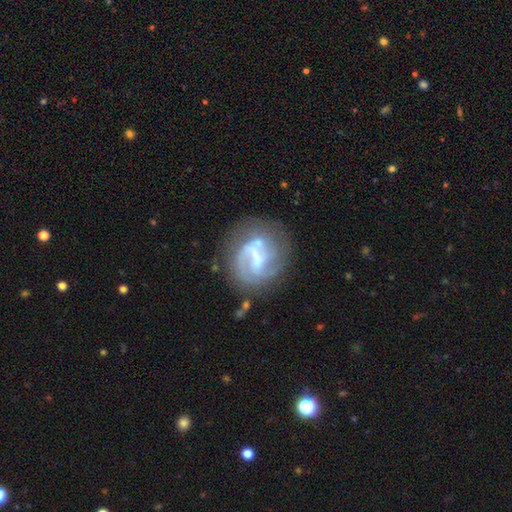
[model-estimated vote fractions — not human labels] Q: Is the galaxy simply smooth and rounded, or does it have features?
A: featured or disk — 71%.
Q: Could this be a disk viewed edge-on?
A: no — 98%.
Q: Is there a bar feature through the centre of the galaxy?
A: weak — 41%.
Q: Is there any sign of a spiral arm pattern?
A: yes — 77%.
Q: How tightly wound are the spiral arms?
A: medium — 37%.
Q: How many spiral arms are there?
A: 2 — 36%.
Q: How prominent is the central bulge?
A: none — 50%.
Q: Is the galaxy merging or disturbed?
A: none — 53%.